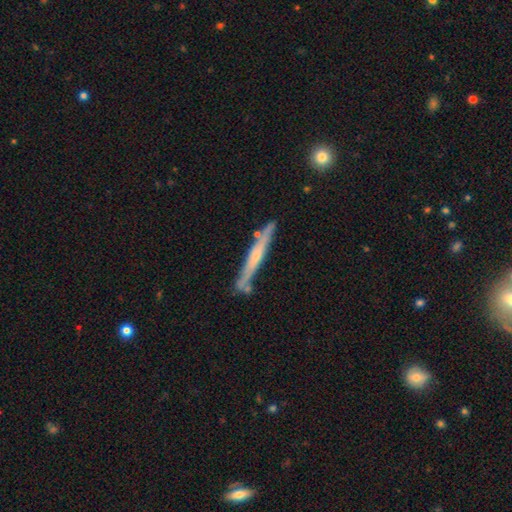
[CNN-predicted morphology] smooth-or-featured: featured or disk: 62% | smooth: 33% | star or artifact: 6%
  disk-edge-on: yes: 93% | no: 7%
    edge-on-bulge: rounded: 53% | none: 41% | boxy: 6%
  merging: none: 76% | minor disturbance: 15% | merger: 6% | major disturbance: 3%